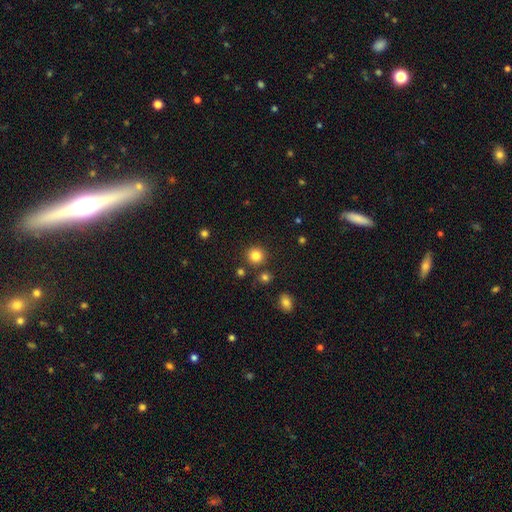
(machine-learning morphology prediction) type=smooth (83%); roundness=round (92%); merging=none (86%).